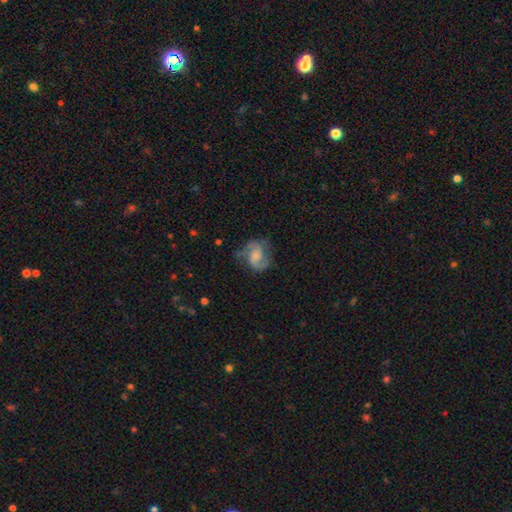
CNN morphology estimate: A featured or disk galaxy (79%) with no bar (53%), 2 (88%) medium (52%) spiral arms (95%) and a small central bulge (34%). Merging: none (67%).